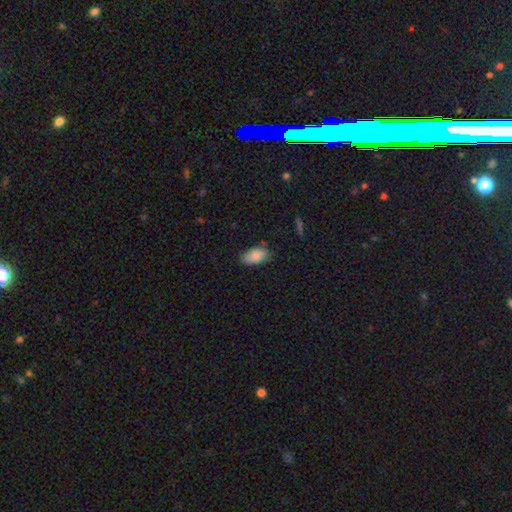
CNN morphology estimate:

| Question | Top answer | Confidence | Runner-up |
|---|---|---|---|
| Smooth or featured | smooth | 85% | featured or disk (8%) |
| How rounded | in between | 93% | round (4%) |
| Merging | none | 73% | minor disturbance (22%) |